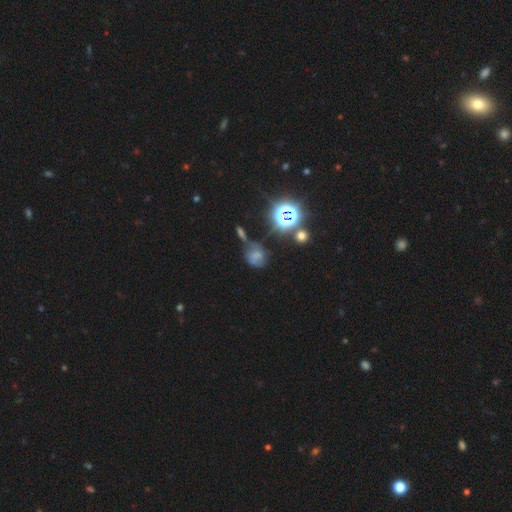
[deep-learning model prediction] smooth_or_featured: smooth (p=0.43) [alt: star or artifact p=0.29]
merging: none (p=0.38) [alt: minor disturbance p=0.22]